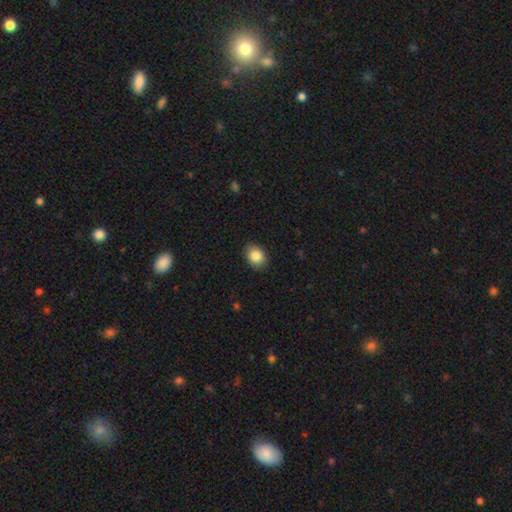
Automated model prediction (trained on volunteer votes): A smooth galaxy with no disk features (87%) that is in between round and cigar-shaped (61%). Merging: none (88%).